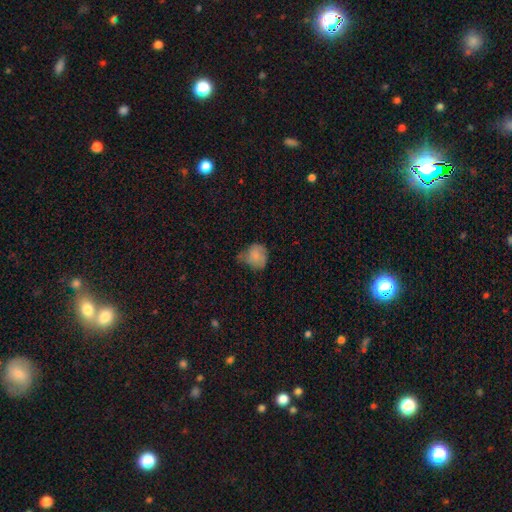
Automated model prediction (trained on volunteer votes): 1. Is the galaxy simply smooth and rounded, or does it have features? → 74% smooth, 17% featured or disk, 9% star or artifact.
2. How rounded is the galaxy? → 71% round, 28% in between, 1% cigar-shaped.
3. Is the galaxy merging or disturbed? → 41% minor disturbance, 37% none, 14% major disturbance, 7% merger.